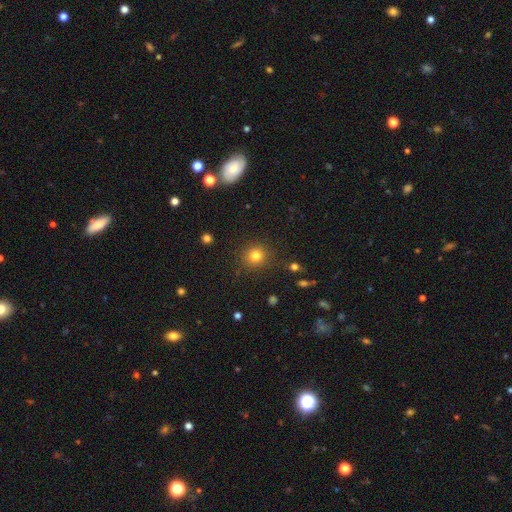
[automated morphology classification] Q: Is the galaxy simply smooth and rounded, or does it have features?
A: smooth — 80%.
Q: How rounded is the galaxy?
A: round — 91%.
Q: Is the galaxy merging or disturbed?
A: none — 87%.